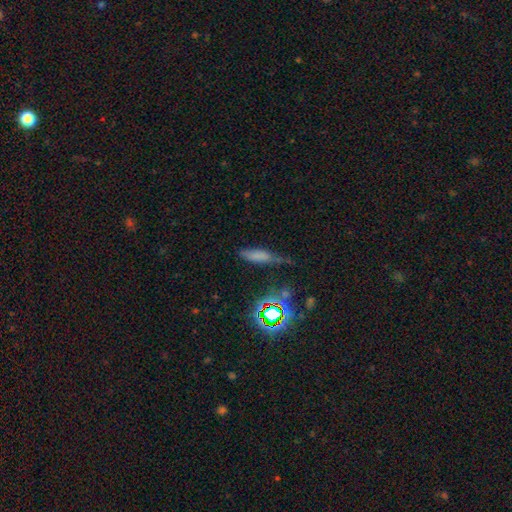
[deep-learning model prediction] A smooth galaxy with no disk features (60%) that is cigar-shaped (64%).

Vote fractions:
- Smooth or featured? smooth: 60% / star or artifact: 22% / featured or disk: 18%
- How rounded? cigar-shaped: 64% / in between: 31% / round: 5%
- Merging? none: 55% / minor disturbance: 29% / major disturbance: 12% / merger: 4%